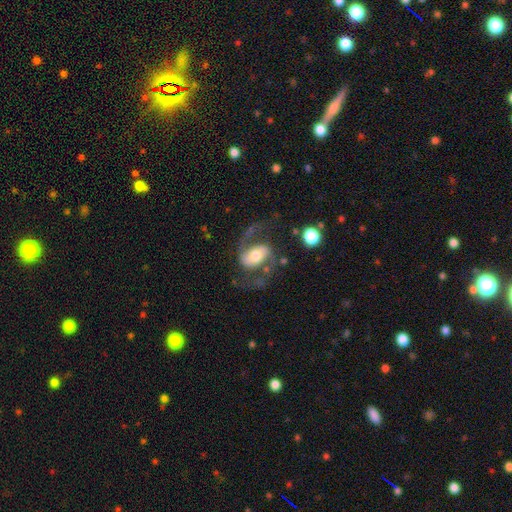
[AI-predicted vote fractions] Smooth or featured? featured or disk (80%)
Edge-on disk? no (97%)
Bar? weak (37%)
Spiral arms? yes (93%)
Spiral winding? medium (46%)
Spiral arm count? 2 (91%)
Bulge size? moderate (63%)
Merging? none (62%)